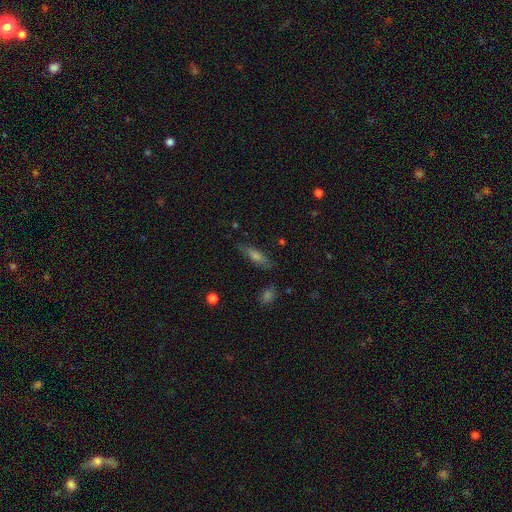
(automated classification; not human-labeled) Smooth or featured? smooth (47%)
Merging? none (81%)